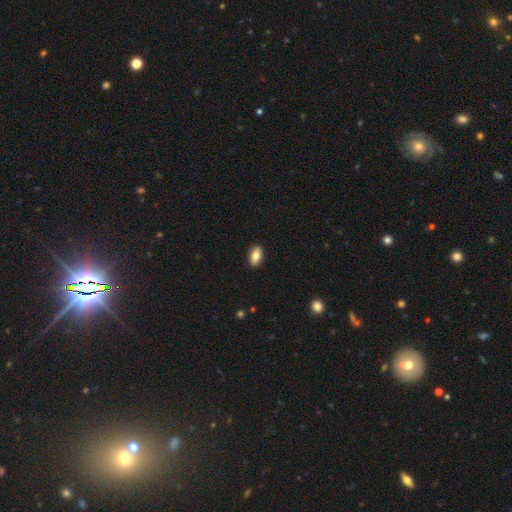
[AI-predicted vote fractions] Smooth or featured: smooth — 82% (featured or disk — 11%)
How rounded: in between — 91% (round — 5%)
Merging: none — 90% (minor disturbance — 8%)